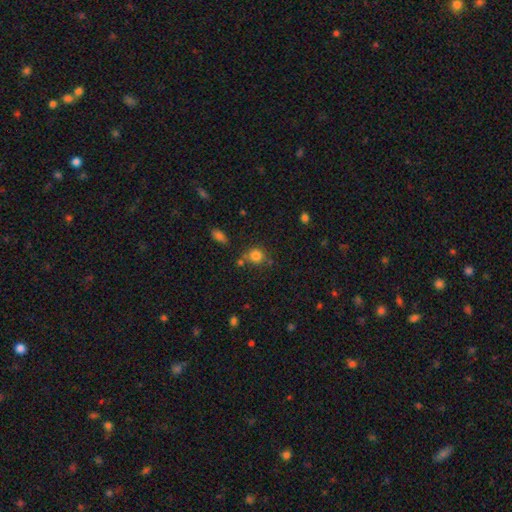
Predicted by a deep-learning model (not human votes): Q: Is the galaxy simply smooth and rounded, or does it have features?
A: smooth — 81%.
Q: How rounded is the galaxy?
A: round — 82%.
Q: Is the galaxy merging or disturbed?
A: none — 66%.